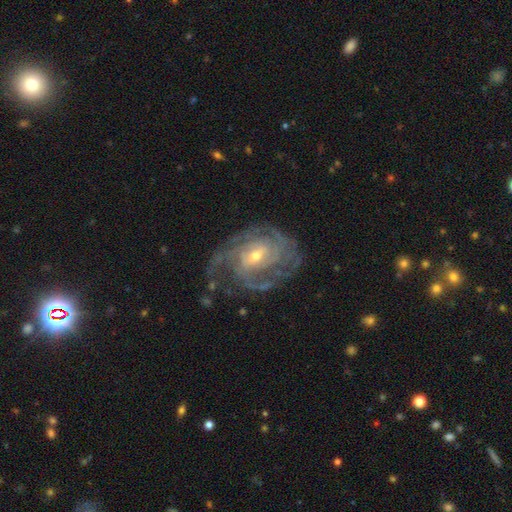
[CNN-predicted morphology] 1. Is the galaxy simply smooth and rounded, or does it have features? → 90% featured or disk, 5% star or artifact, 5% smooth.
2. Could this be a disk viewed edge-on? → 97% no, 3% yes.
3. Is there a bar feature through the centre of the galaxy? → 47% weak, 36% no, 17% strong.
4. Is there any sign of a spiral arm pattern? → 97% yes, 3% no.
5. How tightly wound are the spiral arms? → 57% tight, 35% medium, 7% loose.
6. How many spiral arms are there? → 27% 3, 23% can't tell, 20% 2, 17% 4, 7% more than 4, 6% 1.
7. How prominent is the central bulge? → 55% small, 42% moderate, 2% large, 1% none, 1% dominant.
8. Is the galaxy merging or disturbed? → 66% none, 20% minor disturbance, 12% major disturbance, 2% merger.